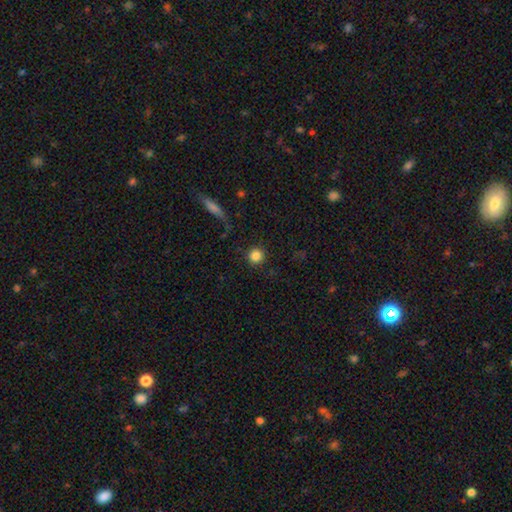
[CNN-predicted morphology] Q: Smooth or featured?
A: smooth (85%); runner-up: star or artifact (10%)
Q: How rounded?
A: round (94%); runner-up: in between (5%)
Q: Merging?
A: none (89%); runner-up: minor disturbance (6%)